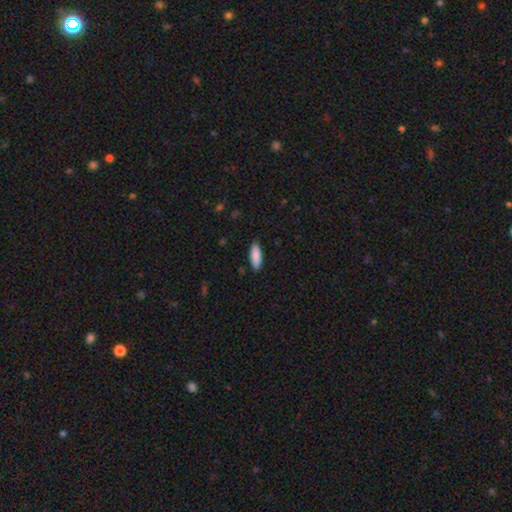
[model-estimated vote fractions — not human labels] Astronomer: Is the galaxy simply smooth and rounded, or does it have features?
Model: smooth — 88%.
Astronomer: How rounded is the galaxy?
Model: in between — 57% (runner-up: cigar-shaped, 41%).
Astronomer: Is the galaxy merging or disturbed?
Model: none — 88%.